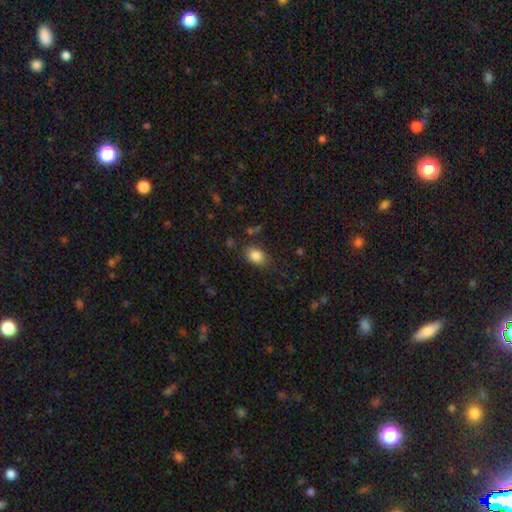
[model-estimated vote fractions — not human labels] Overall: smooth (85%). How rounded: in between (77%). Merging: none (79%).